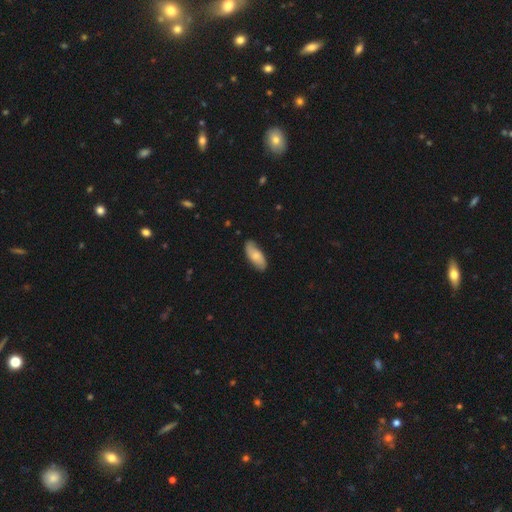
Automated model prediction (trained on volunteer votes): The model was most divided on "smooth or featured": smooth: 64%, featured or disk: 30%, star or artifact: 6%. More confident: merging — none (82%); how rounded — in between (80%).